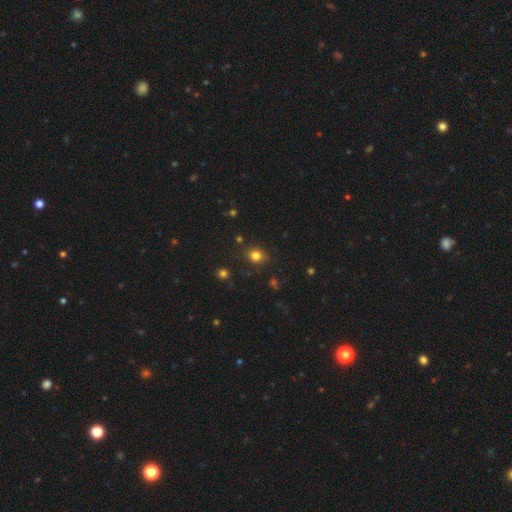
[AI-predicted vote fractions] smooth_or_featured: smooth (p=0.79) [alt: star or artifact p=0.15]
how_rounded: round (p=0.63) [alt: in between p=0.36]
merging: none (p=0.82) [alt: minor disturbance p=0.12]